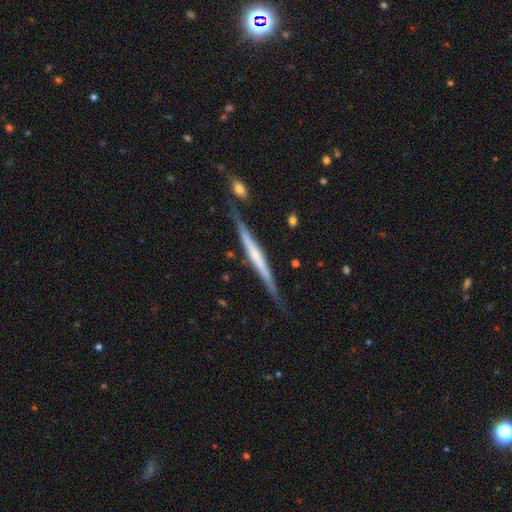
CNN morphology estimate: Smooth or featured: featured or disk — 67% (smooth — 27%)
Edge-on disk: yes — 96% (no — 4%)
Edge-on bulge: none — 58% (rounded — 25%)
Merging: none — 78% (minor disturbance — 15%)